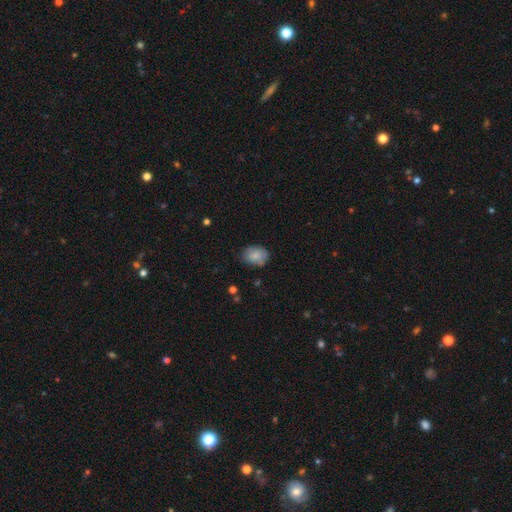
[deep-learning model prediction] Overall: smooth (81%). How rounded: in between (70%). Merging: none (68%).